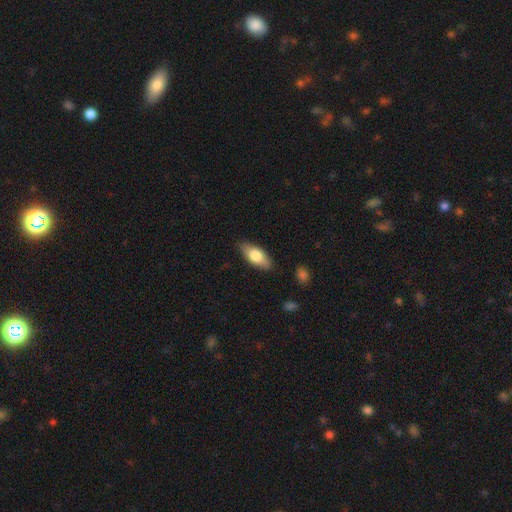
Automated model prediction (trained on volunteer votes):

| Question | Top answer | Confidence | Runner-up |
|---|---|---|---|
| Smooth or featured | smooth | 72% | featured or disk (22%) |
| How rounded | in between | 83% | cigar-shaped (14%) |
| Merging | none | 85% | minor disturbance (11%) |